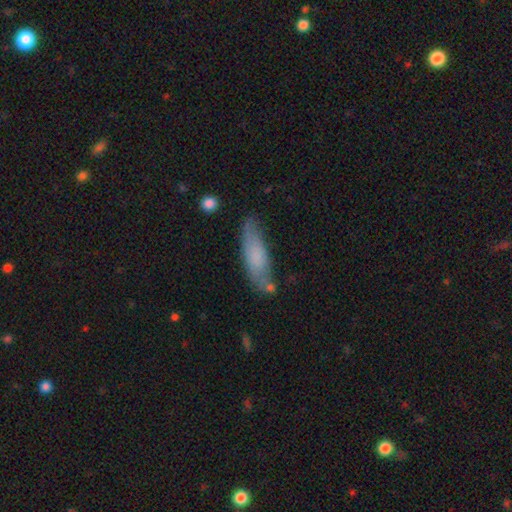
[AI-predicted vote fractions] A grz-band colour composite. It shows a smooth galaxy with no disk features (72%) that is cigar-shaped (53%). Merging: none (65%).